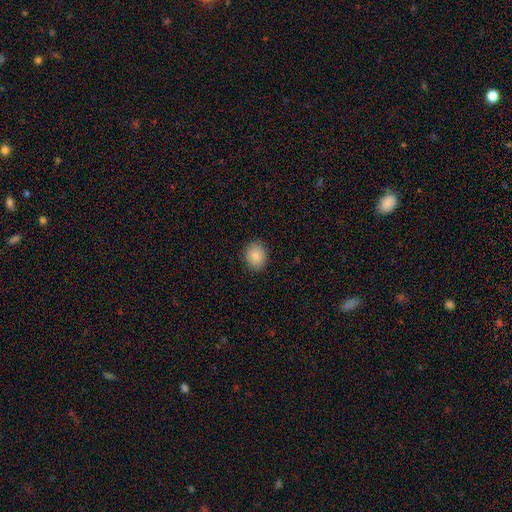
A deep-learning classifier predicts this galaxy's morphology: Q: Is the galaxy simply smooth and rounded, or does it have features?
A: smooth — 86%.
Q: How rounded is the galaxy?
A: round — 61%.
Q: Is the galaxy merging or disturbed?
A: none — 89%.